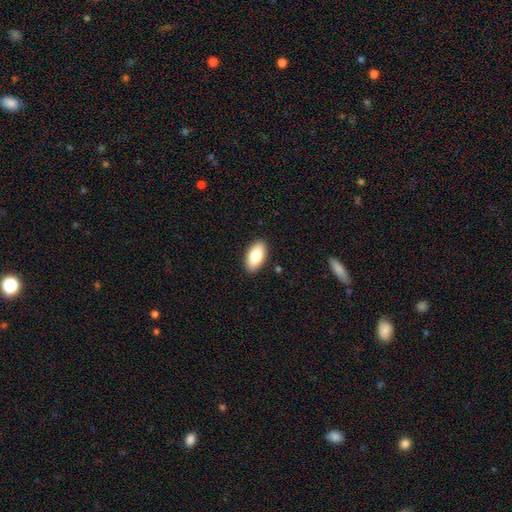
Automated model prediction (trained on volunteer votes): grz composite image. It shows a smooth galaxy with no disk features (81%) that is in between round and cigar-shaped (94%). Merging: none (90%).